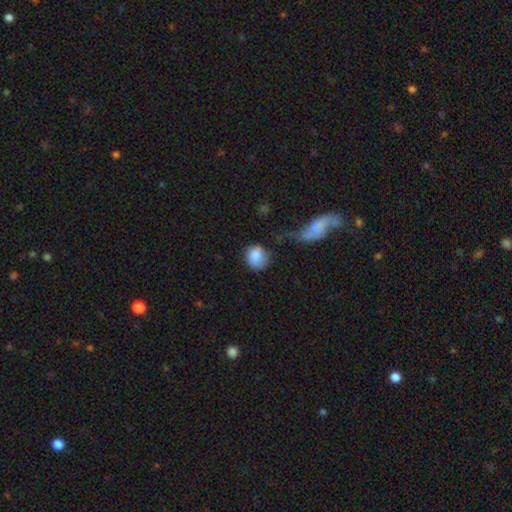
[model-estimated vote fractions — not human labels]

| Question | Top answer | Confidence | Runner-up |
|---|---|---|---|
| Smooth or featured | smooth | 82% | featured or disk (10%) |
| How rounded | round | 76% | in between (22%) |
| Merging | none | 56% | minor disturbance (26%) |